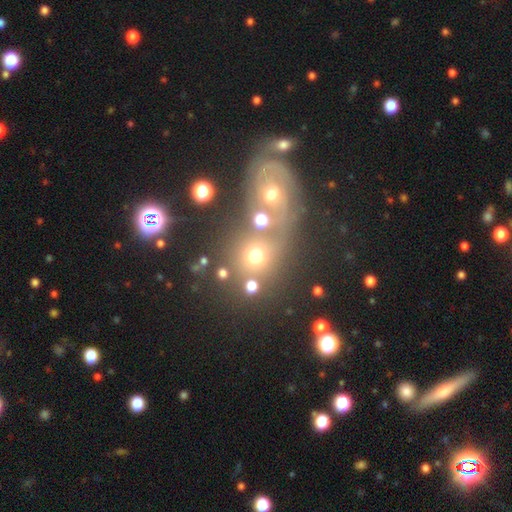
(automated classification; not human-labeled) smooth_or_featured: smooth (p=0.67) [alt: star or artifact p=0.21]
how_rounded: round (p=0.83) [alt: in between p=0.15]
merging: none (p=0.58) [alt: merger p=0.26]